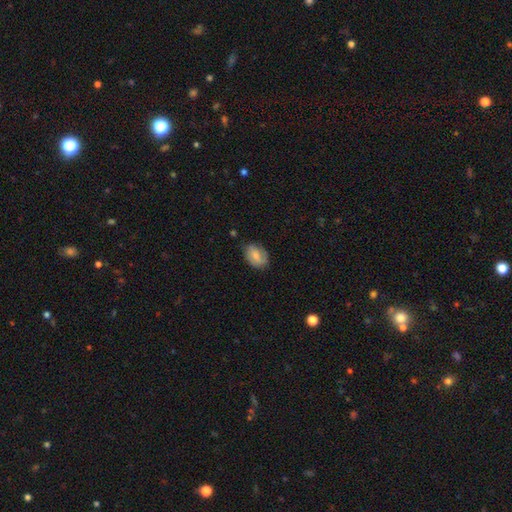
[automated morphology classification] smooth_or_featured: smooth (p=0.67) [alt: featured or disk p=0.26]
how_rounded: in between (p=0.78) [alt: round p=0.20]
merging: none (p=0.67) [alt: minor disturbance p=0.25]